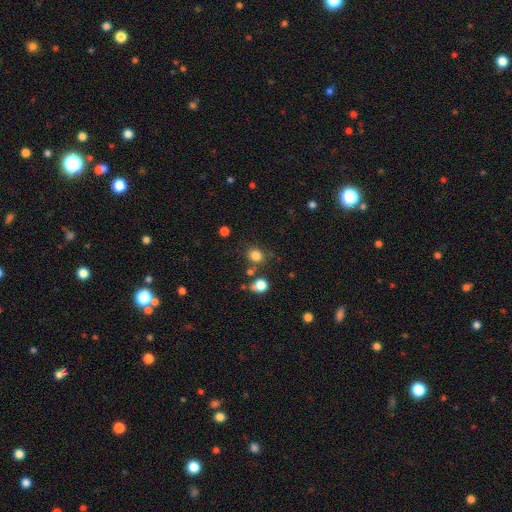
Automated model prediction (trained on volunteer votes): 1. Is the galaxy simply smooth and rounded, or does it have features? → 81% smooth, 14% star or artifact, 5% featured or disk.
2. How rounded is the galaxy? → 78% round, 21% in between, 1% cigar-shaped.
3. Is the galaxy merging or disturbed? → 74% none, 12% minor disturbance, 10% merger, 4% major disturbance.